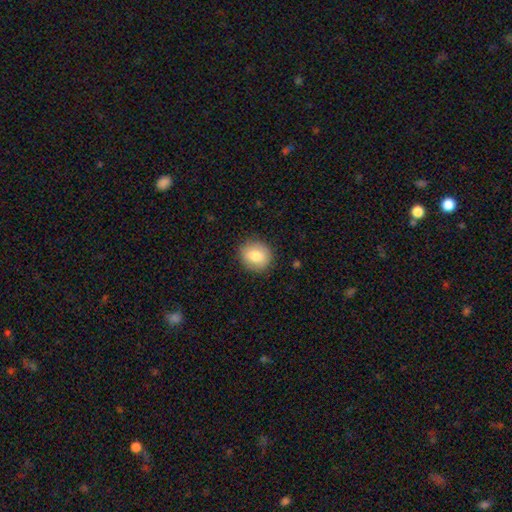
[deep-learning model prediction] Smooth or featured?
  - smooth: 79% *
  - featured or disk: 13%
  - star or artifact: 8%
How rounded?
  - round: 83% *
  - in between: 16%
  - cigar-shaped: 1%
Merging?
  - none: 87% *
  - minor disturbance: 9%
  - major disturbance: 3%
  - merger: 1%